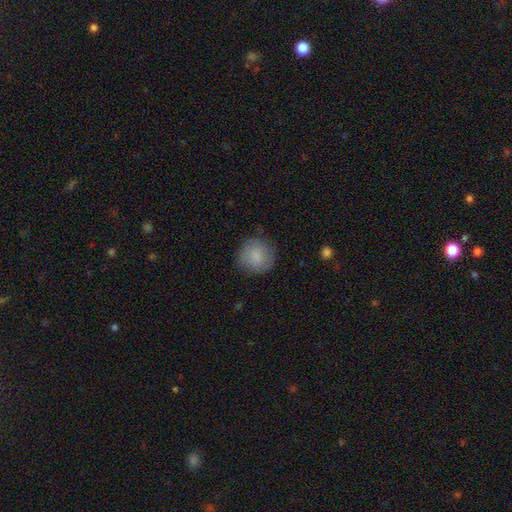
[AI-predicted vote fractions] Q: Smooth or featured?
A: smooth (82%); runner-up: featured or disk (11%)
Q: How rounded?
A: round (91%); runner-up: in between (8%)
Q: Merging?
A: none (79%); runner-up: minor disturbance (15%)